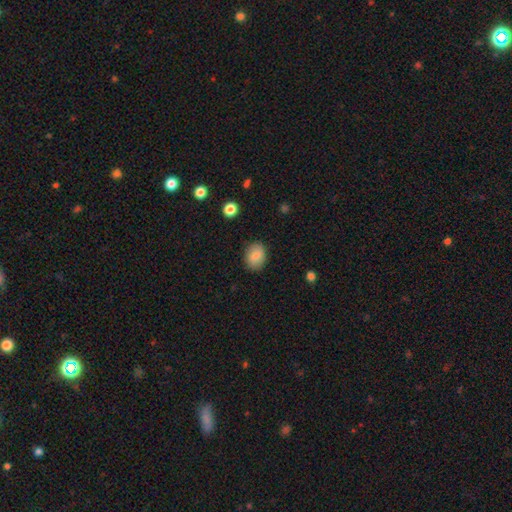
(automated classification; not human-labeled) smooth 84%, featured or disk 8%, star or artifact 8%. Down the decision tree: how rounded — in between (60%); merging — none (86%).